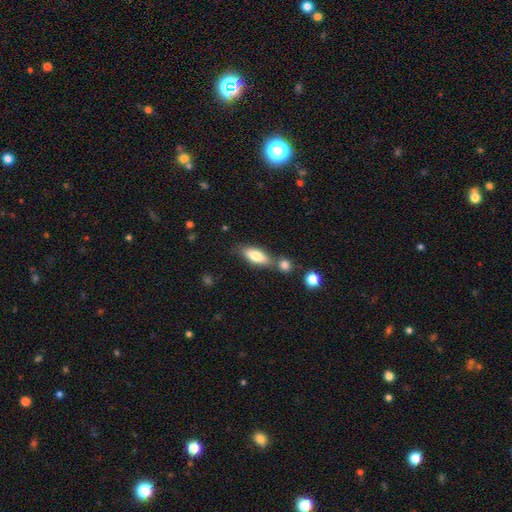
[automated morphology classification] smooth-or-featured: smooth: 76% | featured or disk: 17% | star or artifact: 7%
  how-rounded: in between: 72% | cigar-shaped: 25% | round: 3%
  merging: none: 59% | merger: 23% | minor disturbance: 14% | major disturbance: 4%